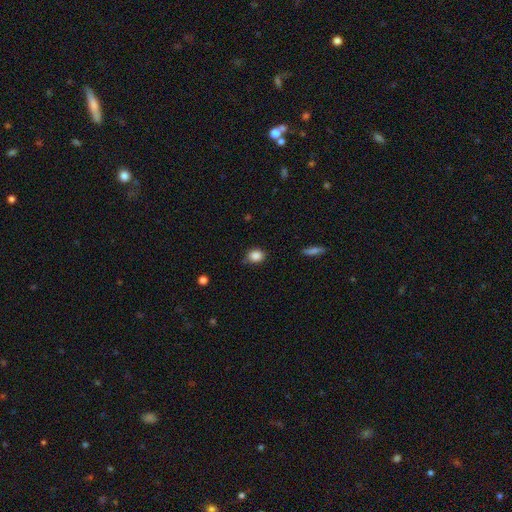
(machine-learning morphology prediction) The model was most divided on "how rounded": round: 63%, in between: 35%, cigar-shaped: 1%. More confident: smooth or featured — smooth (86%); merging — none (76%).